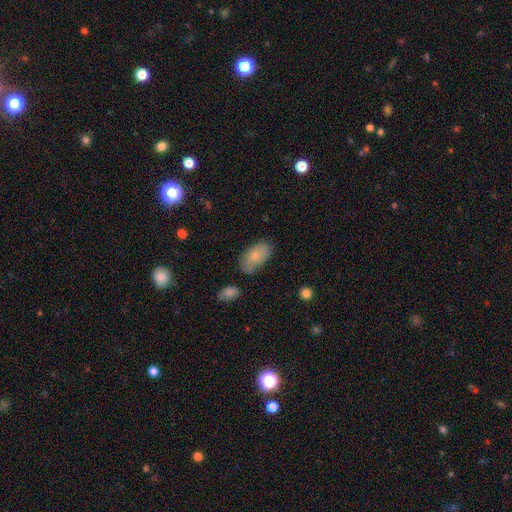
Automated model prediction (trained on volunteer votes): Q: Smooth or featured?
A: smooth (74%); runner-up: featured or disk (19%)
Q: How rounded?
A: in between (94%); runner-up: round (4%)
Q: Merging?
A: none (65%); runner-up: minor disturbance (25%)